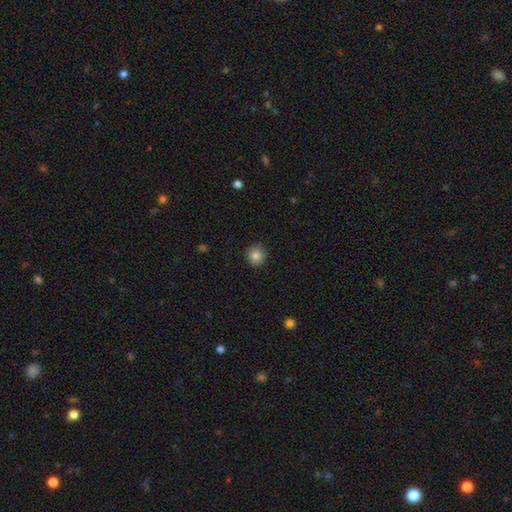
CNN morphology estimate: This appears to be a smooth galaxy with no disk features (83%) that is round (92%). Merging: none (88%).